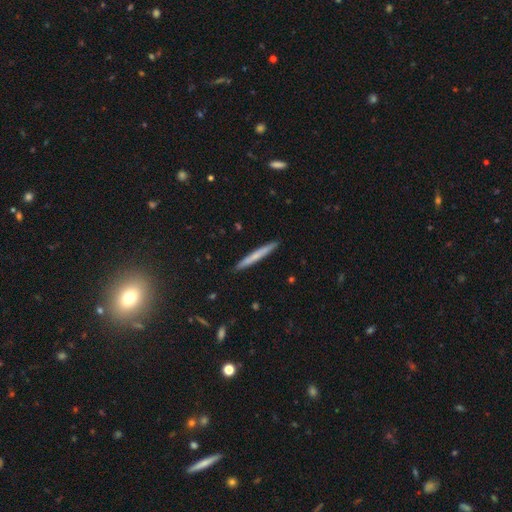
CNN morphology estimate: Q: Smooth or featured?
A: smooth (58%); runner-up: featured or disk (36%)
Q: How rounded?
A: cigar-shaped (97%); runner-up: in between (2%)
Q: Merging?
A: none (91%); runner-up: minor disturbance (6%)